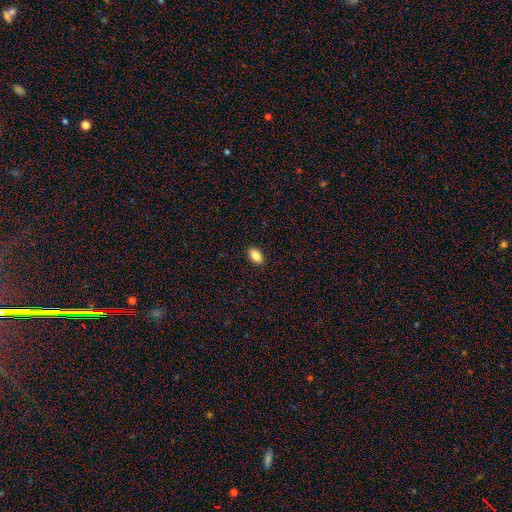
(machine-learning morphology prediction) A smooth galaxy with no disk features (87%) that is in between round and cigar-shaped (92%). Merging: none (89%).